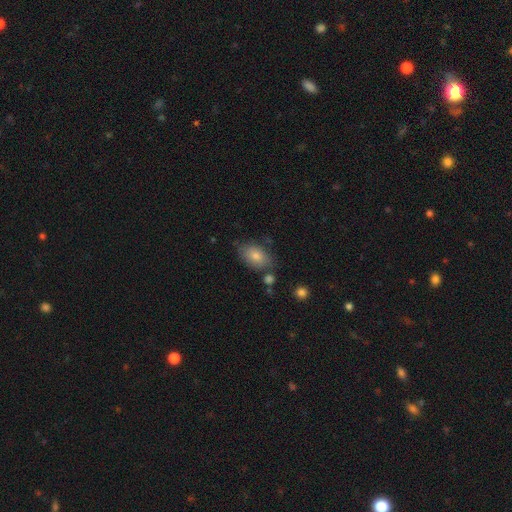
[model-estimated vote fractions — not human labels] This is likely a smooth galaxy (76%). How rounded: clearly in between (86%). Merging: likely none (71%).